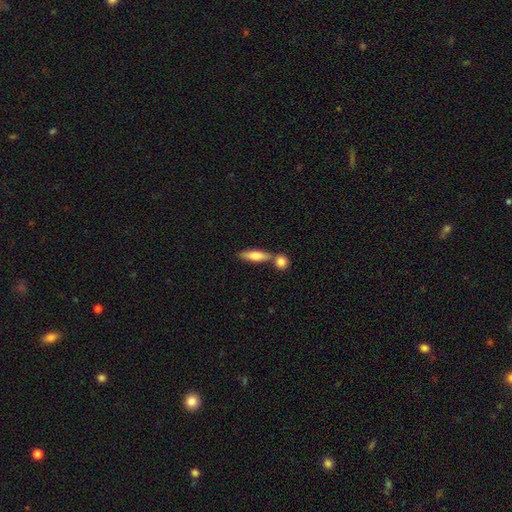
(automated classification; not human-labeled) Smooth or featured?
  - smooth: 72% *
  - featured or disk: 23%
  - star or artifact: 6%
How rounded?
  - cigar-shaped: 58% *
  - in between: 38%
  - round: 3%
Merging?
  - none: 58% *
  - merger: 29%
  - minor disturbance: 10%
  - major disturbance: 3%